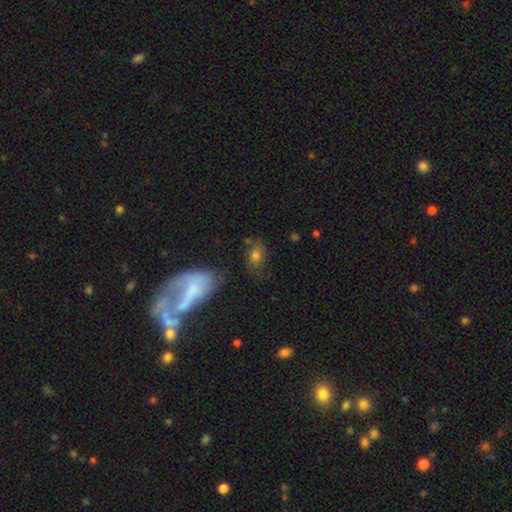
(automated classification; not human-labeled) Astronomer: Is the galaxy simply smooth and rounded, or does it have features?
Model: smooth — 70%.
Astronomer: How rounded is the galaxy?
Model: in between — 80%.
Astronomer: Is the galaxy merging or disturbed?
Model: none — 64%.